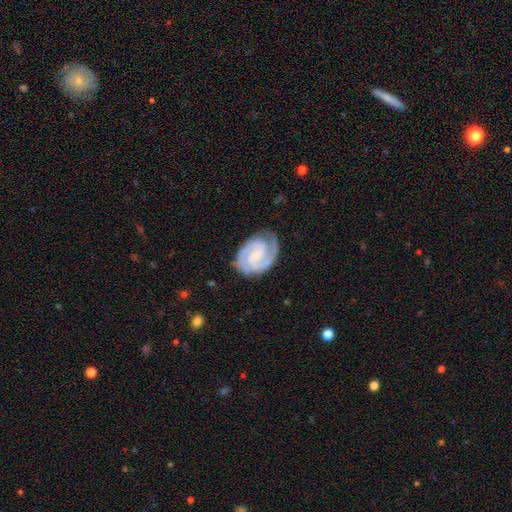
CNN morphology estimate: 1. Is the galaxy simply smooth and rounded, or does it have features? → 88% featured or disk, 7% smooth, 4% star or artifact.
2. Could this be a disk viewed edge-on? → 98% no, 2% yes.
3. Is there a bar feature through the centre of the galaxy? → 44% no, 43% weak, 13% strong.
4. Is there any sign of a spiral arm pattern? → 98% yes, 2% no.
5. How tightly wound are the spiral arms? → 58% tight, 37% medium, 6% loose.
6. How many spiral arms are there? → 69% 2, 16% 3, 7% can't tell, 3% 1, 3% 4, 2% more than 4.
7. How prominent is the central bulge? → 46% small, 33% none, 17% moderate, 3% large, 1% dominant.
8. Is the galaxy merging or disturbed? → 75% none, 17% minor disturbance, 7% major disturbance, 1% merger.